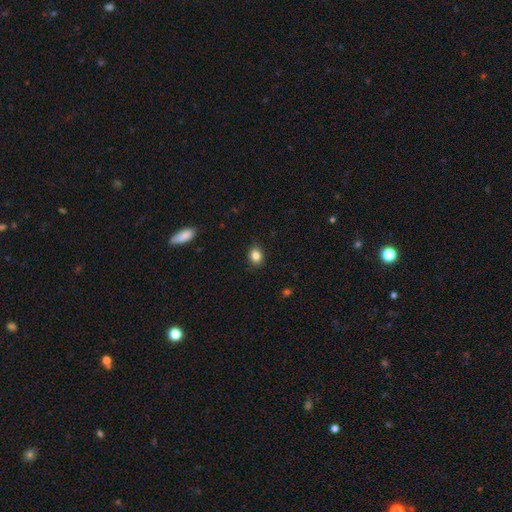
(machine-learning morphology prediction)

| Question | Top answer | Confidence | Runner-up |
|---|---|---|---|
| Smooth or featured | smooth | 84% | star or artifact (10%) |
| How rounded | round | 54% | in between (45%) |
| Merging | none | 89% | minor disturbance (8%) |